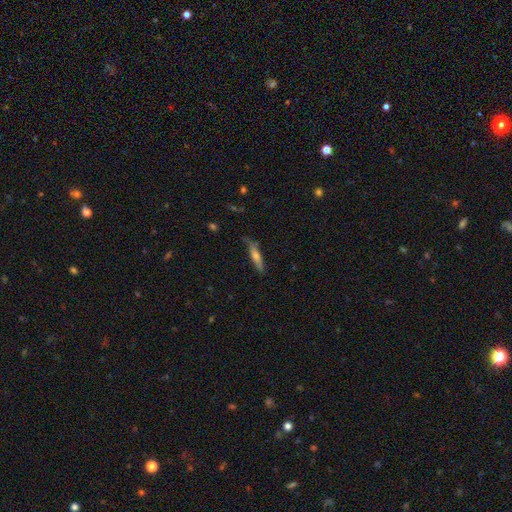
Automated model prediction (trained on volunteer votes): Smooth or featured: featured or disk — 50% (smooth — 42%)
Edge-on disk: yes — 91% (no — 9%)
Merging: none — 77% (minor disturbance — 18%)